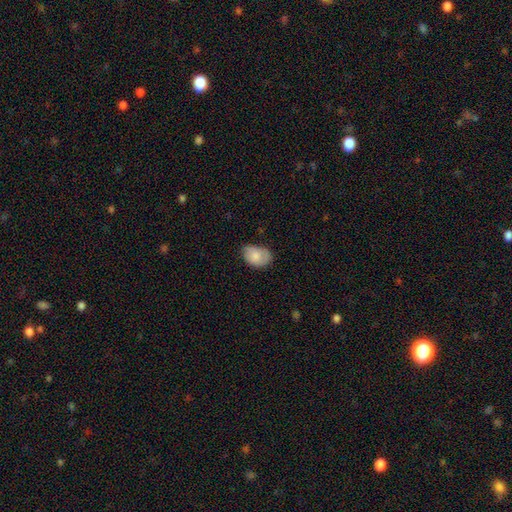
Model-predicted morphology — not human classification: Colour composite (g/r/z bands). It shows a smooth galaxy with no disk features (79%) that is in between round and cigar-shaped (81%). Merging: none (62%).